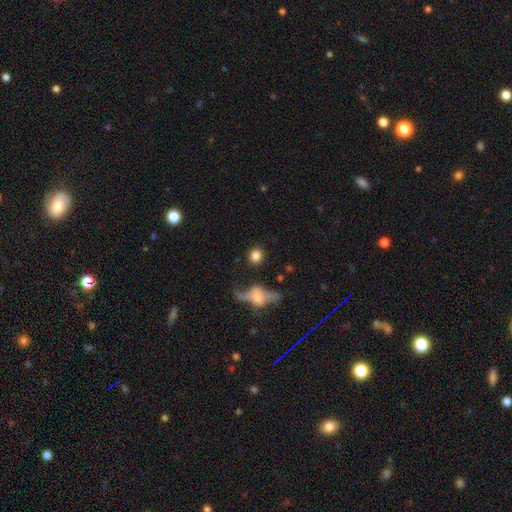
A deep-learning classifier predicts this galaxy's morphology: type=smooth (80%); roundness=round (79%); merging=none (80%).